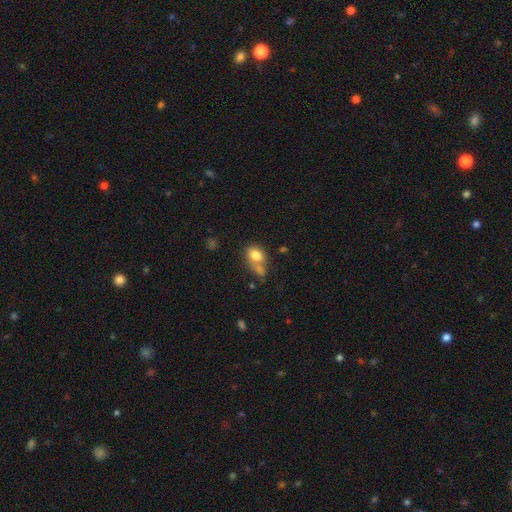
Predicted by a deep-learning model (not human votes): Morphology: type=smooth (80%); roundness=in between (70%); merging=merger (39%, tied with none).